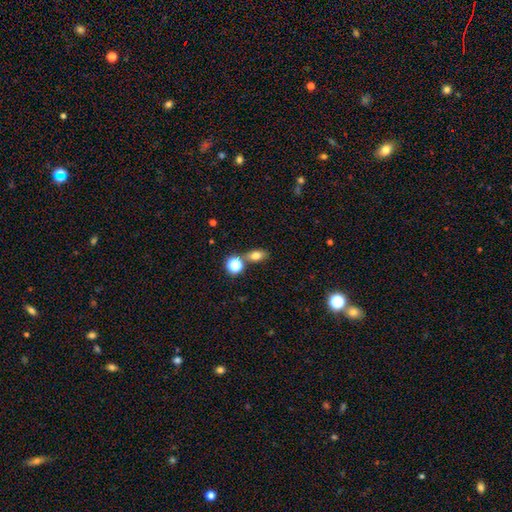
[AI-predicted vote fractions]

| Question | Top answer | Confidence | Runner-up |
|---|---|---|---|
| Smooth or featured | smooth | 73% | star or artifact (14%) |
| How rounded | in between | 72% | round (21%) |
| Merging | none | 70% | merger (16%) |